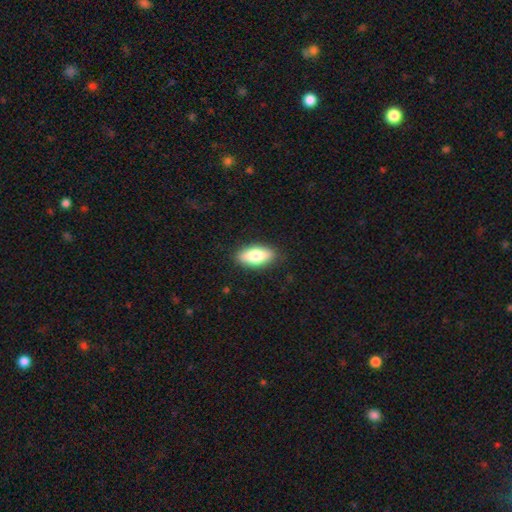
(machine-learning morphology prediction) smooth_or_featured: smooth (p=0.75) [alt: featured or disk p=0.18]
how_rounded: in between (p=0.84) [alt: cigar-shaped p=0.12]
merging: none (p=0.87) [alt: minor disturbance p=0.10]